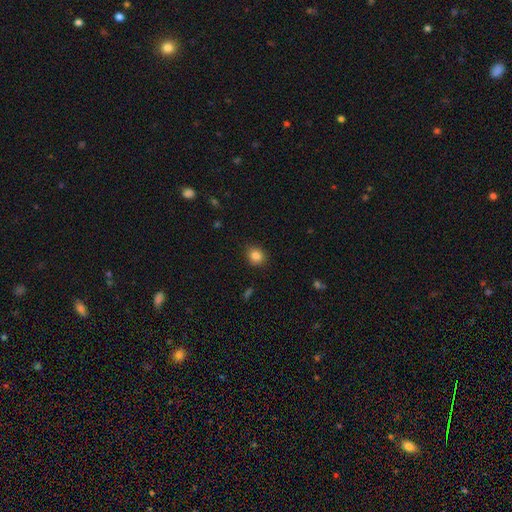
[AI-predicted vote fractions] smooth-or-featured: smooth: 85% | star or artifact: 10% | featured or disk: 5%
  how-rounded: round: 78% | in between: 21% | cigar-shaped: 1%
  merging: none: 86% | minor disturbance: 10% | major disturbance: 2% | merger: 1%